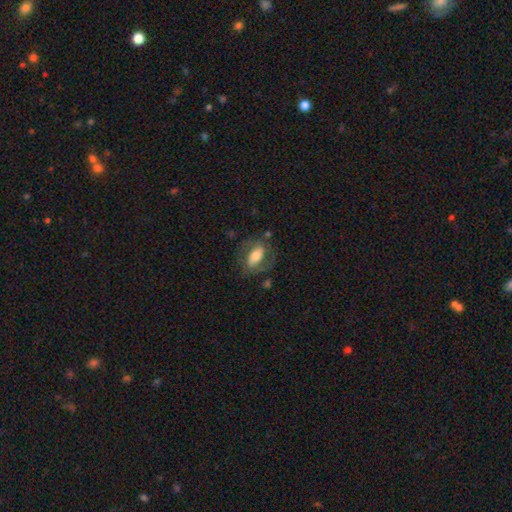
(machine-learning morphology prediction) Smooth or featured? Predicted: featured or disk (p=0.51). Edge-on disk? Predicted: no (p=0.90). Merging? Predicted: none (p=0.63).